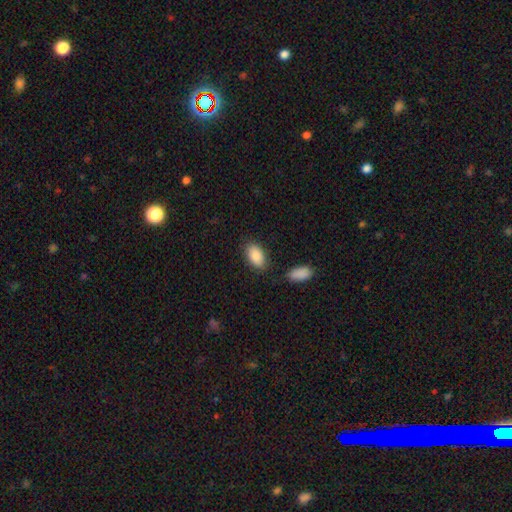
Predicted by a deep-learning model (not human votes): Smooth or featured? Predicted: smooth (p=0.87). How rounded? Predicted: in between (p=0.92). Merging? Predicted: none (p=0.79).